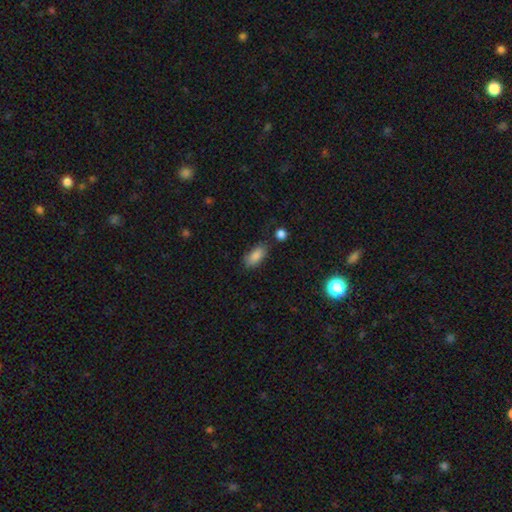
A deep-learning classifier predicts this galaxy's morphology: The model was most divided on "merging": none: 74%, minor disturbance: 17%, major disturbance: 4%, merger: 4%. More confident: how rounded — in between (89%); smooth or featured — smooth (85%).